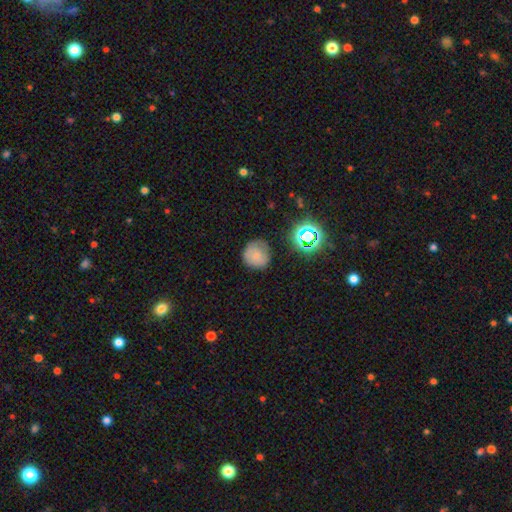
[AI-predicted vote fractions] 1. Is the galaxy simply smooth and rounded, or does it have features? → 69% smooth, 16% star or artifact, 15% featured or disk.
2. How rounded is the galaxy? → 90% round, 9% in between, 1% cigar-shaped.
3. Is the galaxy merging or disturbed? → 73% none, 19% minor disturbance, 5% major disturbance, 3% merger.